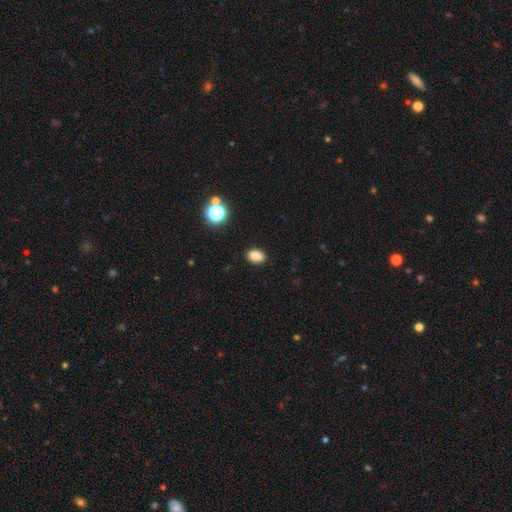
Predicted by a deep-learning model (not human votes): This is clearly a smooth galaxy (85%). How rounded: clearly in between (81%). Merging: clearly none (89%).